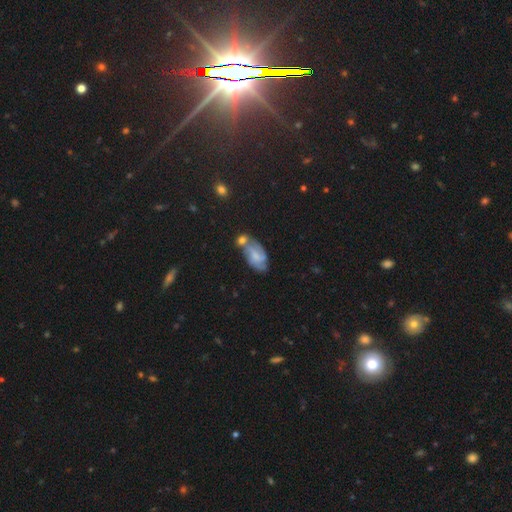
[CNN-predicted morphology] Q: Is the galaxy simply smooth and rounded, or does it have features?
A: featured or disk — 57%.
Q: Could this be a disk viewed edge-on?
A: no — 94%.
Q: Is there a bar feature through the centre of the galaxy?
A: no — 48%.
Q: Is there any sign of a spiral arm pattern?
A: yes — 84%.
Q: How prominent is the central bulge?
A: none — 35%.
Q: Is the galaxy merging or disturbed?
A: none — 41%.